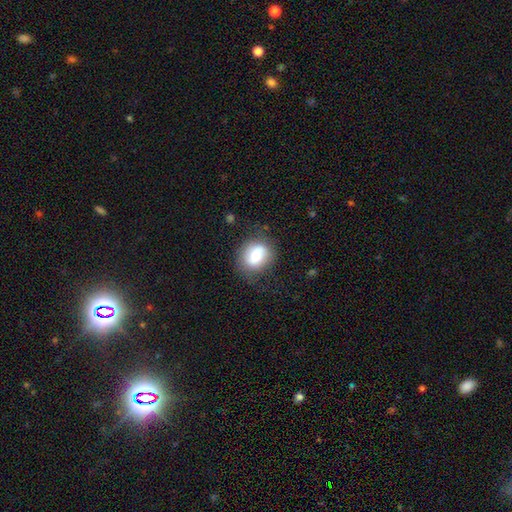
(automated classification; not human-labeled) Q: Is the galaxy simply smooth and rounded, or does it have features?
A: smooth — 67%.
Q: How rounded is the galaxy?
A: round — 73%.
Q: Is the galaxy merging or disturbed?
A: none — 75%.